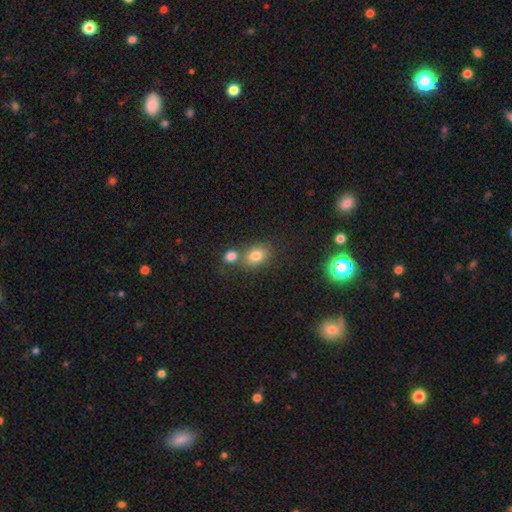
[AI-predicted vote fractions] Q: Smooth or featured?
A: smooth (78%); runner-up: star or artifact (12%)
Q: How rounded?
A: in between (56%); runner-up: round (43%)
Q: Merging?
A: none (56%); runner-up: merger (29%)